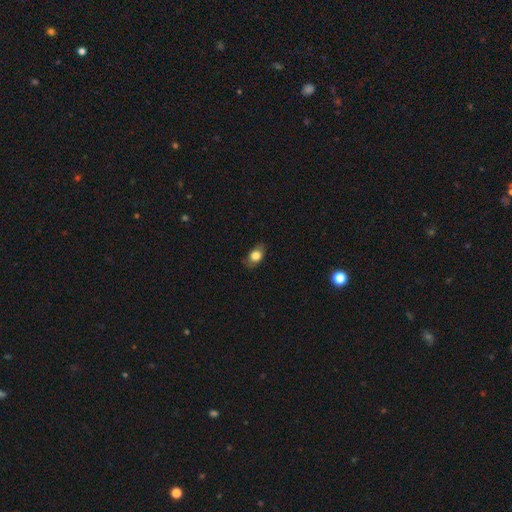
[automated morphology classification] type=smooth (78%); roundness=in between (75%); merging=none (77%).